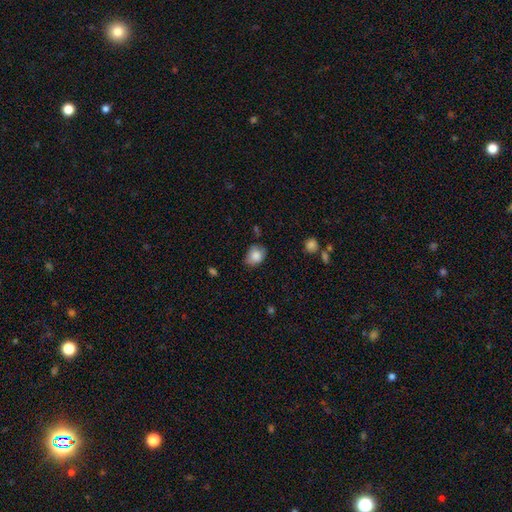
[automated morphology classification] smooth 83%, featured or disk 9%, star or artifact 8%. Down the decision tree: how rounded — in between (56%); merging — none (63%).